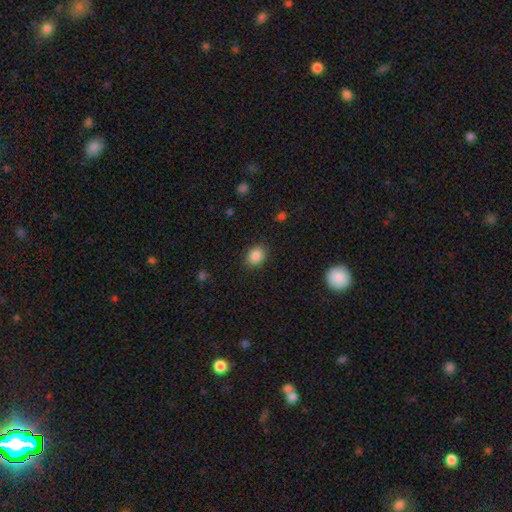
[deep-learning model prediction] Smooth or featured: smooth — 87% (star or artifact — 9%)
How rounded: in between — 57% (round — 42%)
Merging: none — 86% (minor disturbance — 10%)